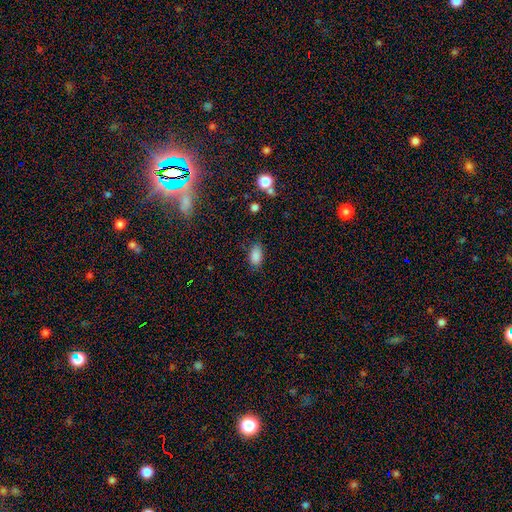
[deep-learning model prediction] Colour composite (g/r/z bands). It shows a smooth galaxy with no disk features (86%) that is in between round and cigar-shaped (91%). Merging: none (80%).